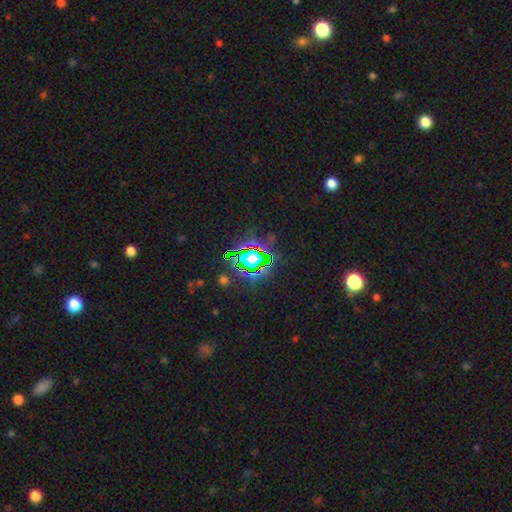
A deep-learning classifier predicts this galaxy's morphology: Smooth or featured? Predicted: star or artifact (p=0.79).